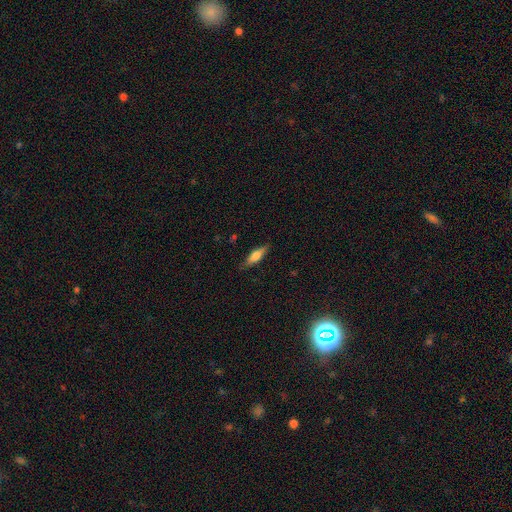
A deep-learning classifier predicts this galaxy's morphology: smooth 56%, featured or disk 37%, star or artifact 7%. Down the decision tree: how rounded — cigar-shaped (56%); merging — none (83%).